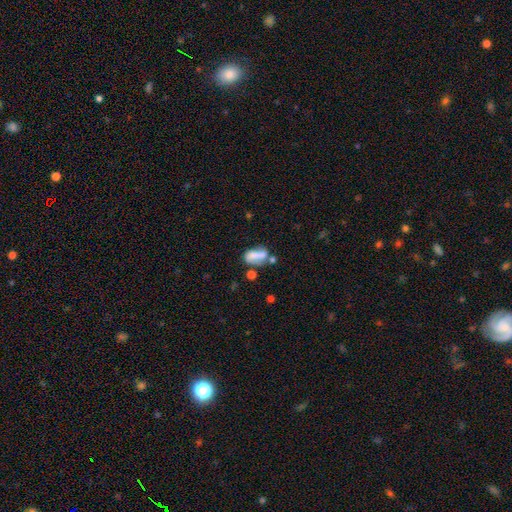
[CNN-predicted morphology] smooth-or-featured: smooth: 55% | featured or disk: 35% | star or artifact: 10%
  how-rounded: in between: 82% | round: 9% | cigar-shaped: 9%
  merging: none: 37% | merger: 26% | minor disturbance: 23% | major disturbance: 15%